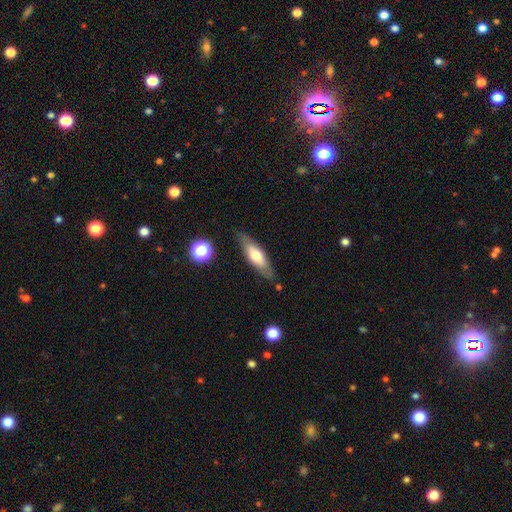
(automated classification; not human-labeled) Q: Smooth or featured?
A: smooth (56%); runner-up: featured or disk (37%)
Q: How rounded?
A: in between (50%); runner-up: cigar-shaped (47%)
Q: Merging?
A: none (80%); runner-up: minor disturbance (14%)